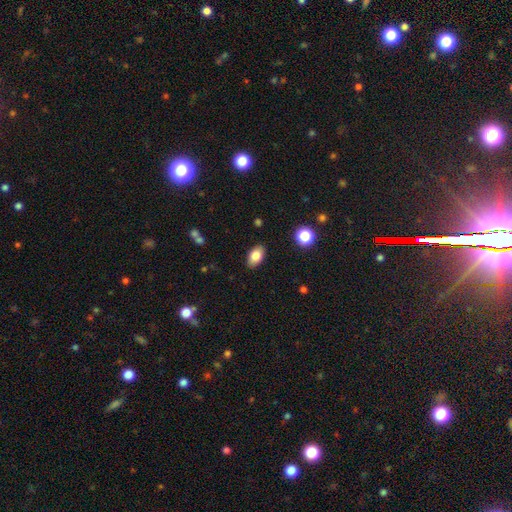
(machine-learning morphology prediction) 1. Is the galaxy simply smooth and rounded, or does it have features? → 82% smooth, 10% featured or disk, 8% star or artifact.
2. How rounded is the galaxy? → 90% in between, 8% round, 2% cigar-shaped.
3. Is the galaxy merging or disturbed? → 87% none, 10% minor disturbance, 2% major disturbance, 1% merger.